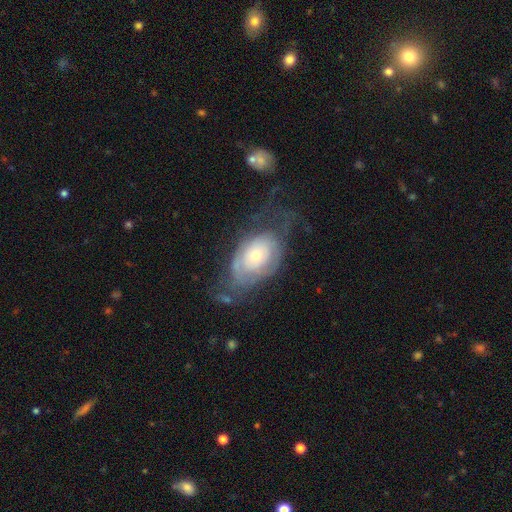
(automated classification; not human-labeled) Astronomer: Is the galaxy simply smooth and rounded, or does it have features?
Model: featured or disk — 67%.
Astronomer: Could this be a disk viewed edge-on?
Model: no — 93%.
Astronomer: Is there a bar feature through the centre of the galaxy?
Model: no — 83%.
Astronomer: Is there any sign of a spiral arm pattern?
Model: yes — 67%.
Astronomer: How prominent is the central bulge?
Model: small — 47% (runner-up: moderate, 46%).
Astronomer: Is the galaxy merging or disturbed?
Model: none — 43% (runner-up: major disturbance, 28%).